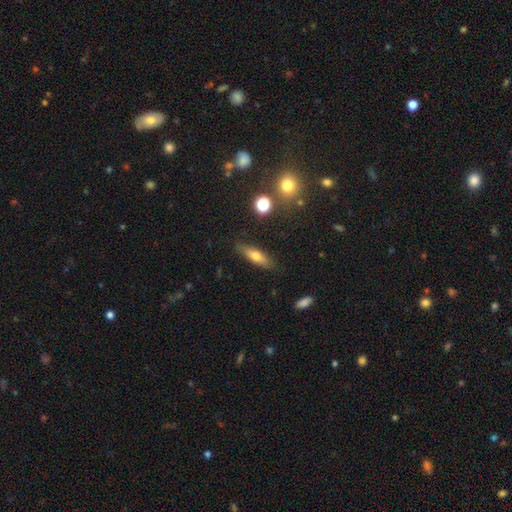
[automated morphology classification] A smooth galaxy with no disk features (62%) that is cigar-shaped (60%).

Vote fractions:
- Smooth or featured? smooth: 62% / featured or disk: 29% / star or artifact: 8%
- How rounded? cigar-shaped: 60% / in between: 37% / round: 3%
- Merging? none: 84% / minor disturbance: 12% / major disturbance: 3% / merger: 2%